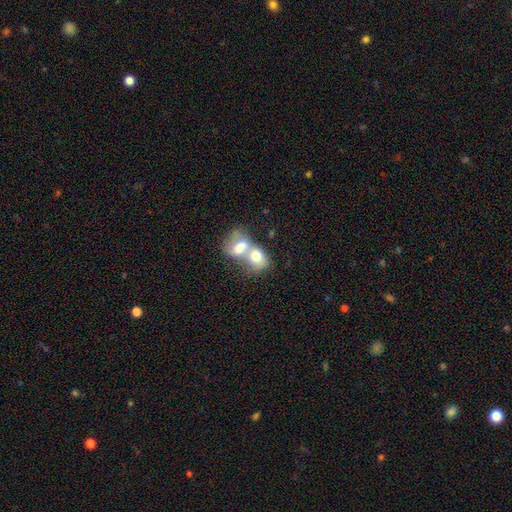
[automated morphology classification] smooth 67%, featured or disk 25%, star or artifact 8%. Down the decision tree: how rounded — in between (68%); merging — merger (79%).